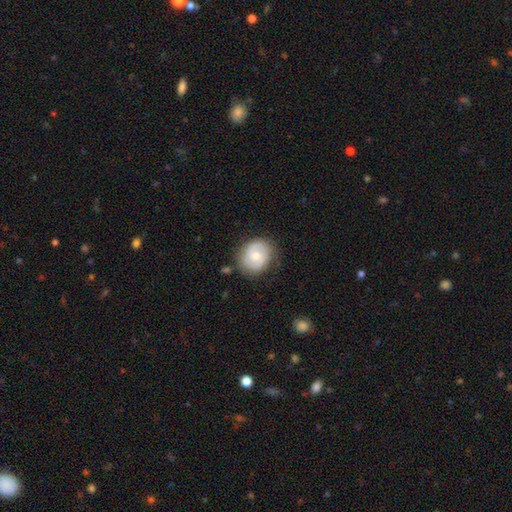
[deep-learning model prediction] Q: Smooth or featured?
A: smooth (52%); runner-up: featured or disk (41%)
Q: How rounded?
A: round (69%); runner-up: in between (30%)
Q: Merging?
A: none (74%); runner-up: minor disturbance (18%)